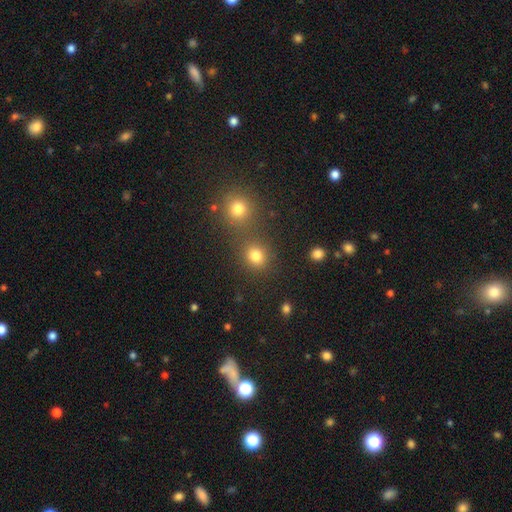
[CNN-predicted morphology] Smooth or featured? Predicted: smooth (p=0.80). How rounded? Predicted: round (p=0.75). Merging? Predicted: none (p=0.69).